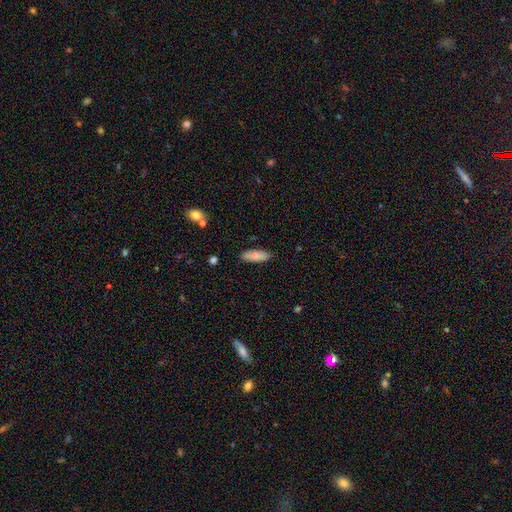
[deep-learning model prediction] smooth 79%, featured or disk 15%, star or artifact 6%. Down the decision tree: how rounded — in between (66%); merging — none (88%).